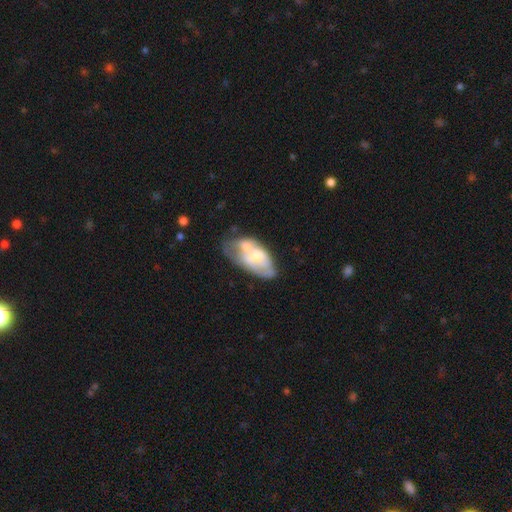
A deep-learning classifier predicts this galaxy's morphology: Smooth or featured?
  - featured or disk: 54% *
  - smooth: 39%
  - star or artifact: 7%
Edge-on disk?
  - no: 94% *
  - yes: 6%
Bar?
  - no: 83% *
  - weak: 14%
  - strong: 3%
Spiral arms?
  - no: 78% *
  - yes: 22%
Bulge size?
  - moderate: 46% *
  - small: 36%
  - none: 10%
  - large: 7%
  - dominant: 2%
Merging?
  - merger: 37% *
  - none: 25%
  - minor disturbance: 22%
  - major disturbance: 17%